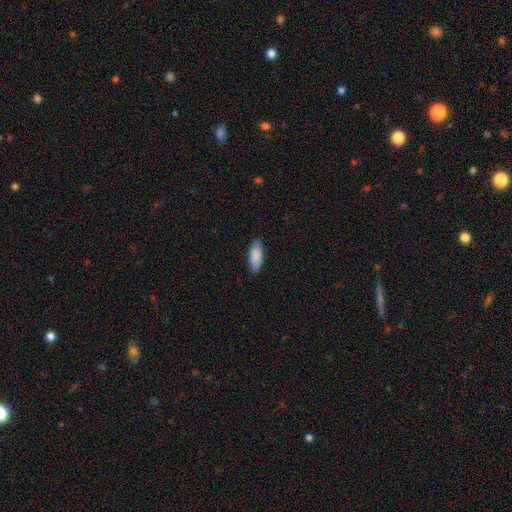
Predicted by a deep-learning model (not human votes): Smooth or featured? smooth (88%)
How rounded? in between (77%)
Merging? none (86%)